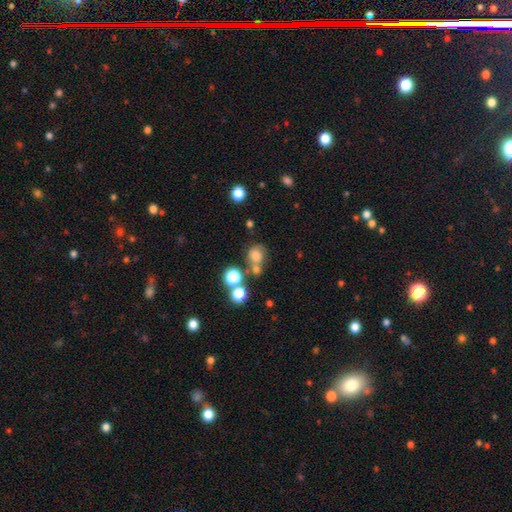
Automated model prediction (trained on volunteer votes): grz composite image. It shows a smooth galaxy with no disk features (73%) that is round (76%). Merging: none (53%).